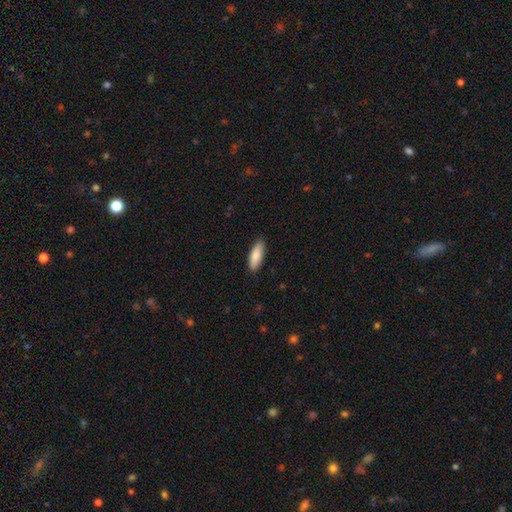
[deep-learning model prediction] Overall: smooth (87%). How rounded: in between (63%; cigar-shaped 35%). Merging: none (89%).